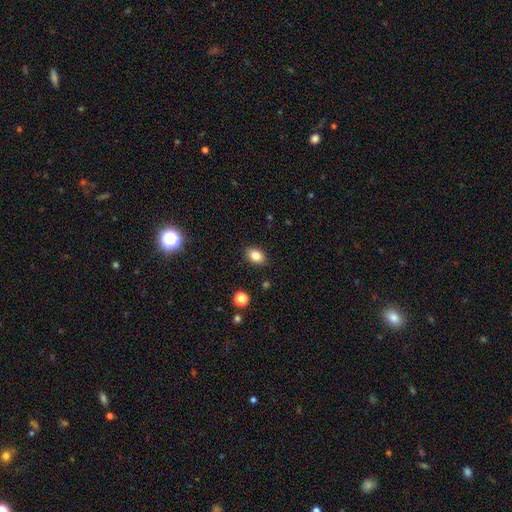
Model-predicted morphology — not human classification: The model was most divided on "how rounded": in between: 75%, round: 24%, cigar-shaped: 1%. More confident: merging — none (88%); smooth or featured — smooth (83%).